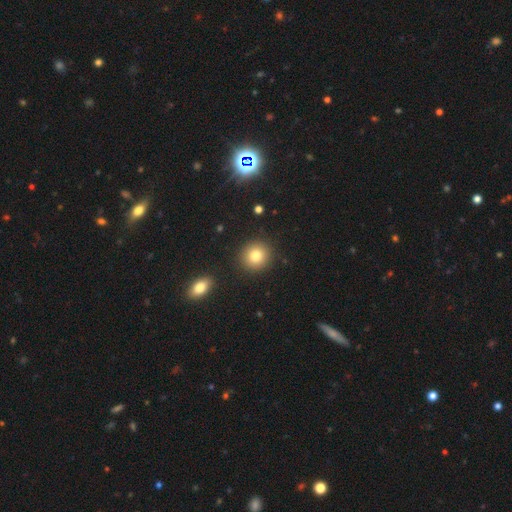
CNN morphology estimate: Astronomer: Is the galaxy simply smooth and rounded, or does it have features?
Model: smooth — 81%.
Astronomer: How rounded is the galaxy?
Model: round — 90%.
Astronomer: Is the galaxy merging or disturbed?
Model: none — 90%.